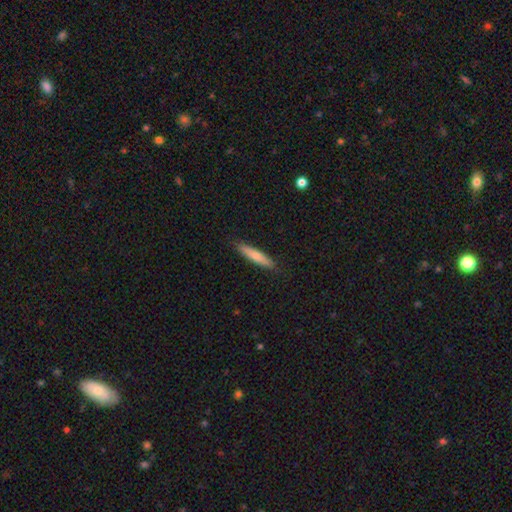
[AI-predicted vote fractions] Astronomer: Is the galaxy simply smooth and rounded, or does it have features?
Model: smooth — 77%.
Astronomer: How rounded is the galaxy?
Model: cigar-shaped — 86%.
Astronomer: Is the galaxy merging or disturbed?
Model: none — 89%.